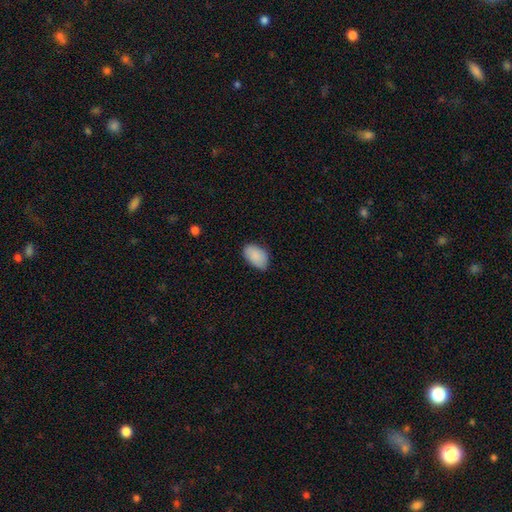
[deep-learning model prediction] Morphology: type=smooth (89%); roundness=in between (92%); merging=none (75%).